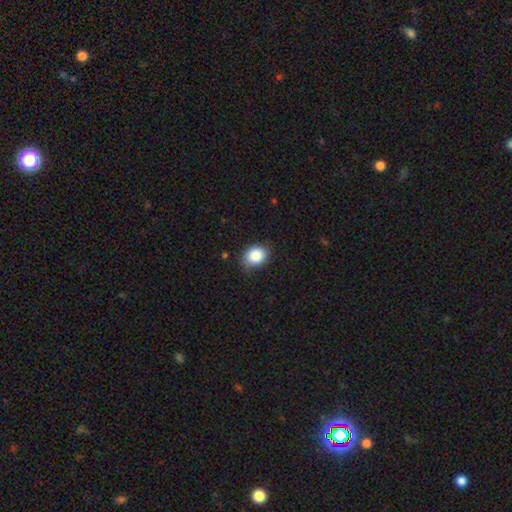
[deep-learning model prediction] Smooth or featured? Predicted: smooth (p=0.86). How rounded? Predicted: in between (p=0.52). Merging? Predicted: none (p=0.79).